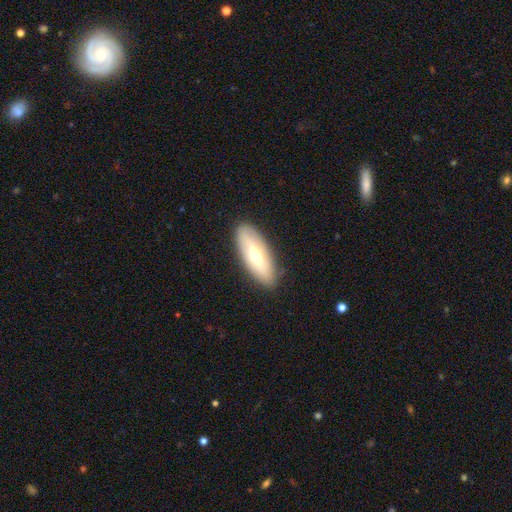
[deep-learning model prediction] Smooth or featured? Predicted: smooth (p=0.48). Merging? Predicted: none (p=0.87).